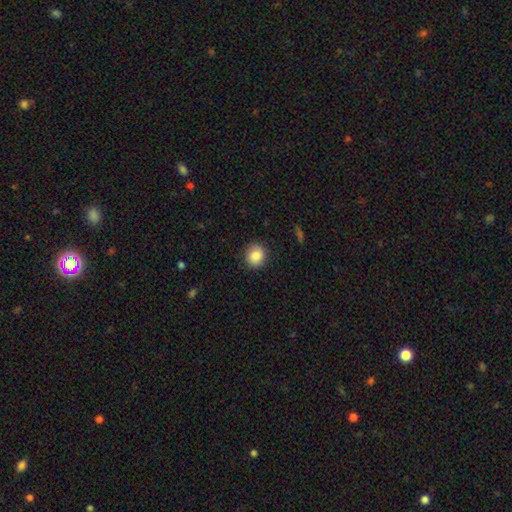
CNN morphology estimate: Smooth or featured? Predicted: smooth (p=0.85). How rounded? Predicted: round (p=0.82). Merging? Predicted: none (p=0.86).